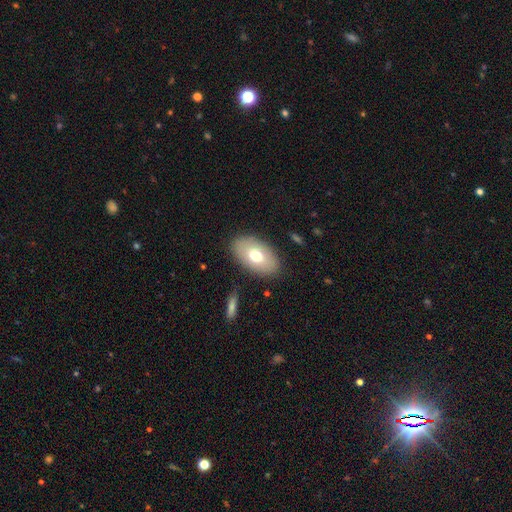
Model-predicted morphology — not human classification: smooth 67%, featured or disk 26%, star or artifact 7%. Down the decision tree: how rounded — in between (93%); merging — none (86%).